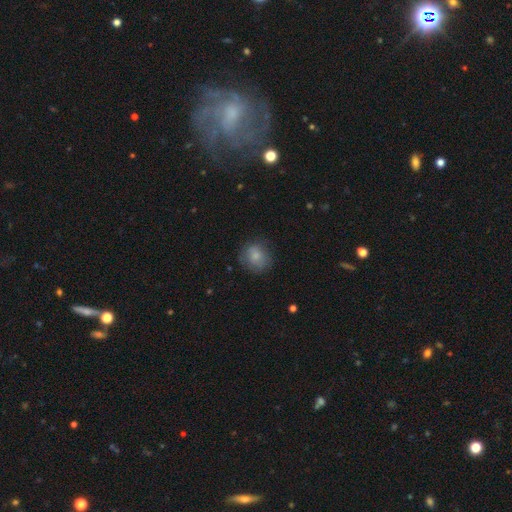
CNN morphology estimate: Smooth or featured? smooth (78%)
How rounded? round (82%)
Merging? none (73%)